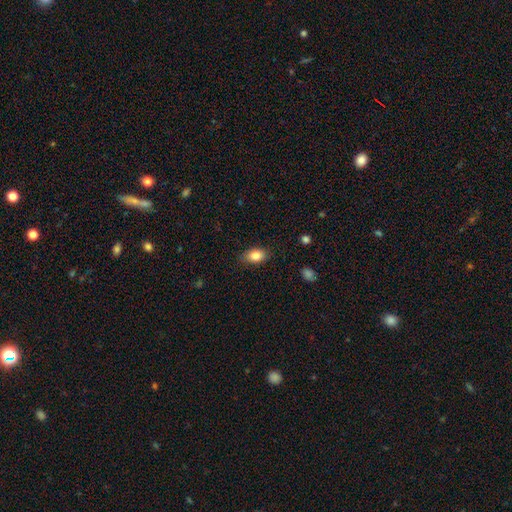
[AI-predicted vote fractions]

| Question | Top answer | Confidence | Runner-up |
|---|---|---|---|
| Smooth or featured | smooth | 85% | star or artifact (8%) |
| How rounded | in between | 87% | round (12%) |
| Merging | none | 83% | minor disturbance (13%) |